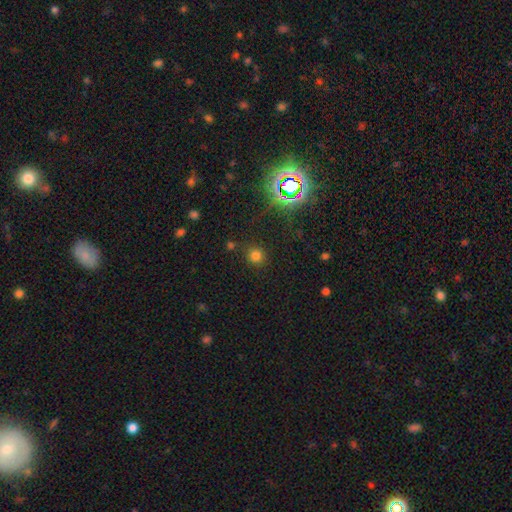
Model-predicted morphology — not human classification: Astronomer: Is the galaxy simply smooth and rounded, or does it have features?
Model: smooth — 71%.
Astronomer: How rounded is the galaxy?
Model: round — 92%.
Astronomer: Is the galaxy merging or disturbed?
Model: none — 86%.